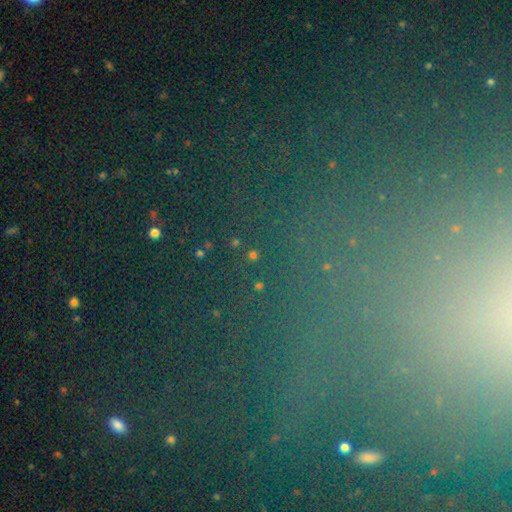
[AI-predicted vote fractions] A star or artifact, not a galaxy (74%).

Vote fractions:
- Smooth or featured? star or artifact: 74% / smooth: 14% / featured or disk: 11%